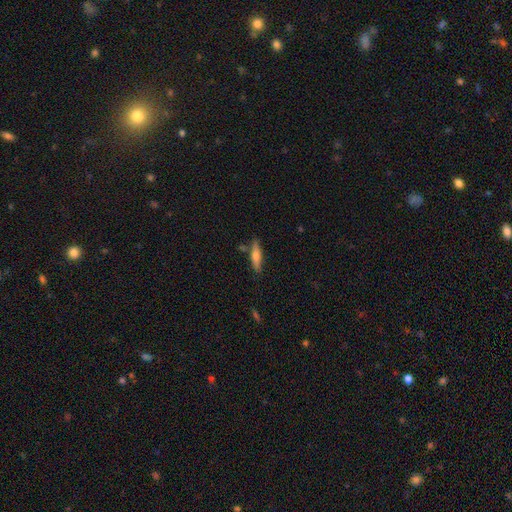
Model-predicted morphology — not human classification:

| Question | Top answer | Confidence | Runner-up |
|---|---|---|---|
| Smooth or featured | smooth | 58% | featured or disk (35%) |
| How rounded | cigar-shaped | 75% | in between (23%) |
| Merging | none | 78% | minor disturbance (14%) |